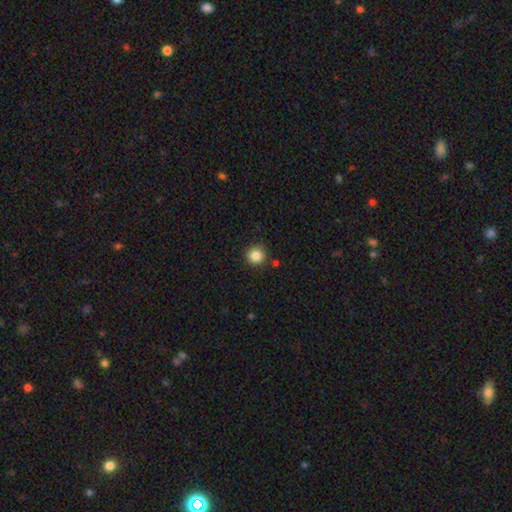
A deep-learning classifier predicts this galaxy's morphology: This appears to be a smooth galaxy with no disk features (85%) that is round (94%). Merging: none (87%).